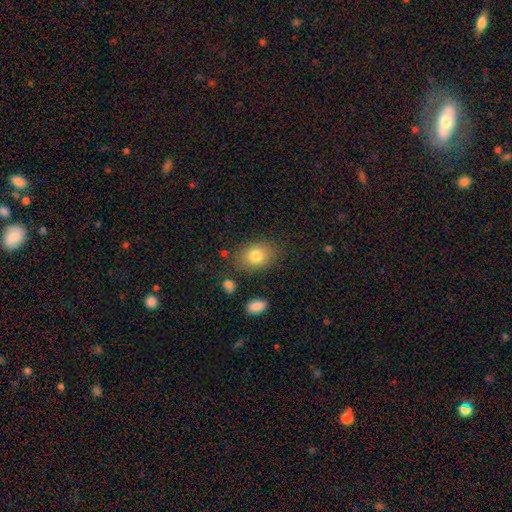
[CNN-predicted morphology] This appears to be a smooth galaxy with no disk features (79%) that is in between round and cigar-shaped (71%). Merging: none (81%).